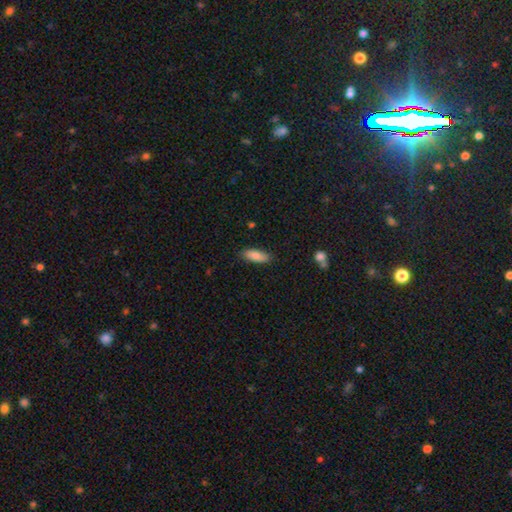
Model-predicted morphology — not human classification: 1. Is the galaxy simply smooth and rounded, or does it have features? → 85% smooth, 9% featured or disk, 6% star or artifact.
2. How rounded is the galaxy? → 70% in between, 28% cigar-shaped, 2% round.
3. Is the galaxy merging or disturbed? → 85% none, 11% minor disturbance, 2% major disturbance, 2% merger.